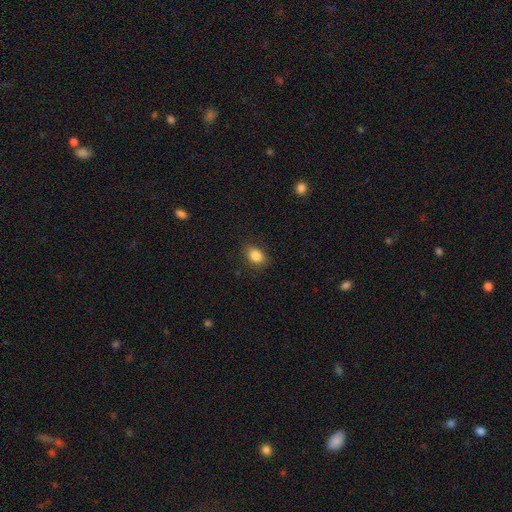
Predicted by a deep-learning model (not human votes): This is clearly a smooth galaxy (86%). How rounded: likely in between (75%). Merging: clearly none (85%).